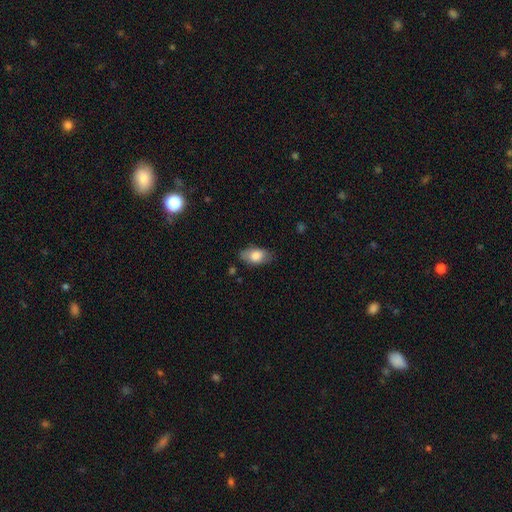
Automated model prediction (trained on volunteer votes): Overall: smooth (78%). How rounded: in between (91%). Merging: none (75%).